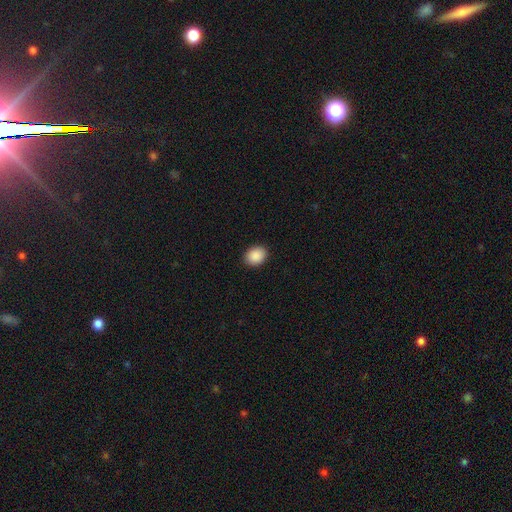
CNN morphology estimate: Smooth or featured?
  - smooth: 90% *
  - star or artifact: 7%
  - featured or disk: 3%
How rounded?
  - in between: 58% *
  - round: 41%
  - cigar-shaped: 1%
Merging?
  - none: 90% *
  - minor disturbance: 7%
  - major disturbance: 2%
  - merger: 1%